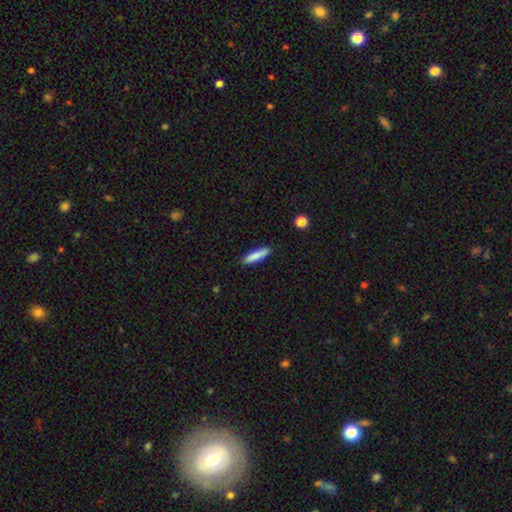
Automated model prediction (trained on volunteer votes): A smooth galaxy with no disk features (80%) that is cigar-shaped (81%). Merging: none (88%).